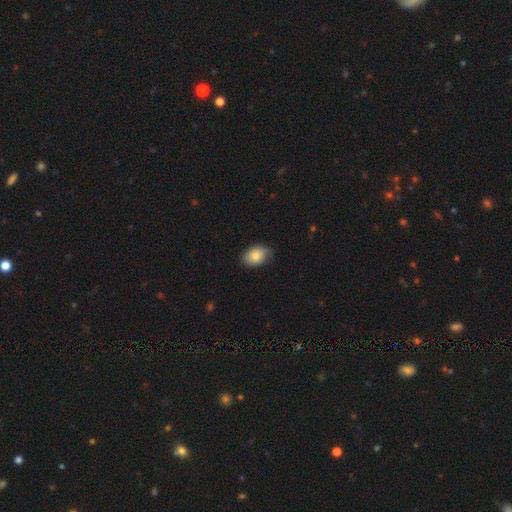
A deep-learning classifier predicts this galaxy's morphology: Q: Smooth or featured?
A: smooth (83%); runner-up: featured or disk (10%)
Q: How rounded?
A: in between (84%); runner-up: round (15%)
Q: Merging?
A: none (72%); runner-up: minor disturbance (24%)